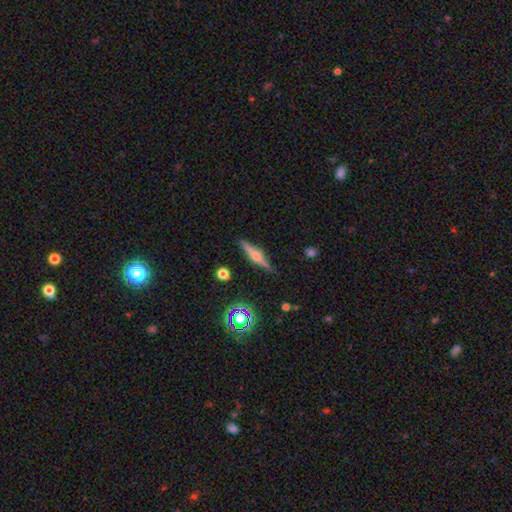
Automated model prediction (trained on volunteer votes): Smooth or featured: featured or disk — 69% (smooth — 23%)
Edge-on disk: yes — 97% (no — 3%)
Edge-on bulge: rounded — 86% (boxy — 9%)
Merging: none — 88% (minor disturbance — 8%)